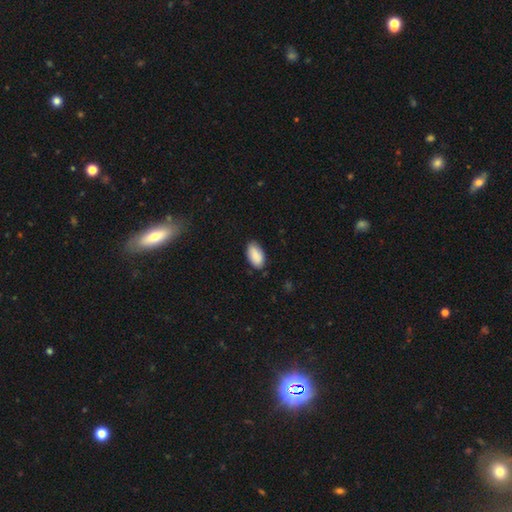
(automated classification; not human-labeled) Smooth or featured: smooth — 89% (star or artifact — 6%)
How rounded: in between — 95% (round — 3%)
Merging: none — 80% (minor disturbance — 16%)